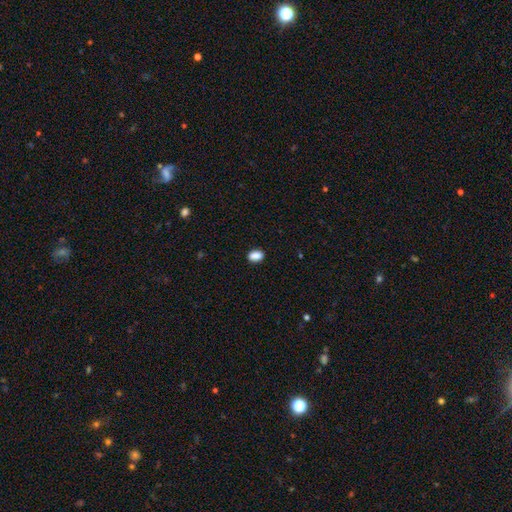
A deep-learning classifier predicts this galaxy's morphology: A smooth galaxy with no disk features (87%) that is in between round and cigar-shaped (82%). Merging: none (86%).